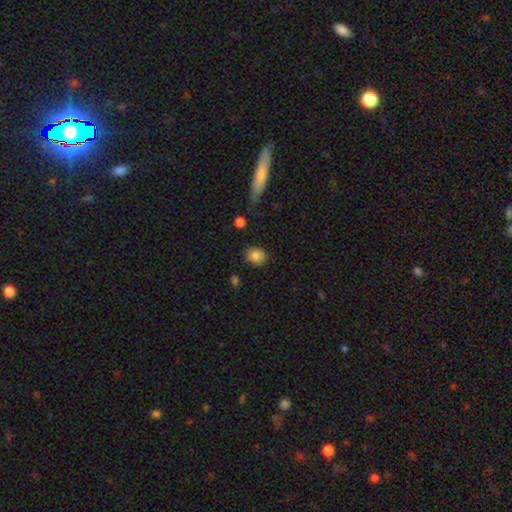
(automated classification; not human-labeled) A smooth galaxy with no disk features (85%) that is round (61%). Merging: none (84%).